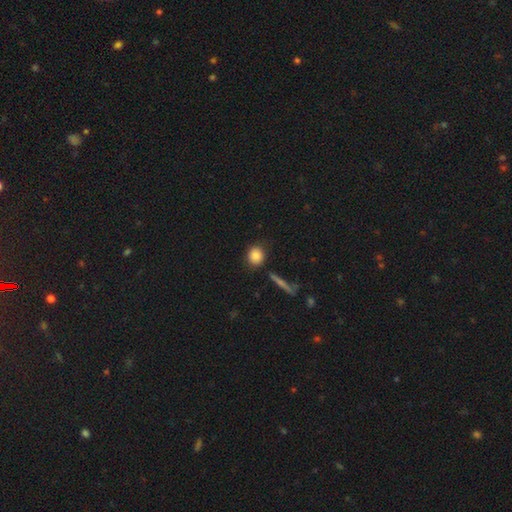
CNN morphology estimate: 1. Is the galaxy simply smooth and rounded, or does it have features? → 84% smooth, 9% star or artifact, 8% featured or disk.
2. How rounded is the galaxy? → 78% round, 19% in between, 3% cigar-shaped.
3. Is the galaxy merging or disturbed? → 83% none, 10% minor disturbance, 5% merger, 3% major disturbance.